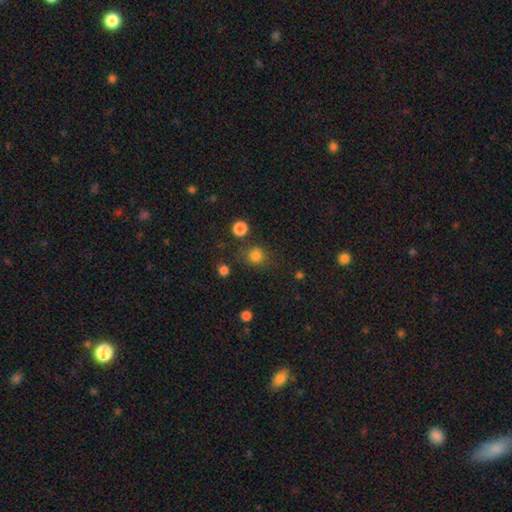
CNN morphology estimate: smooth 81%, star or artifact 14%, featured or disk 5%. Down the decision tree: how rounded — round (86%); merging — none (76%).